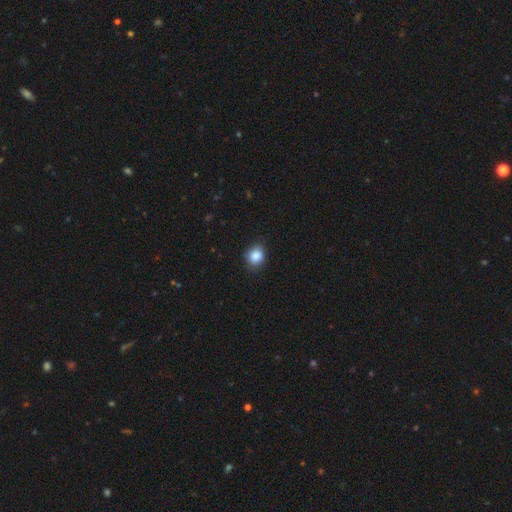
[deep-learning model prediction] Overall: smooth (86%). How rounded: round (64%; in between 35%). Merging: none (84%).